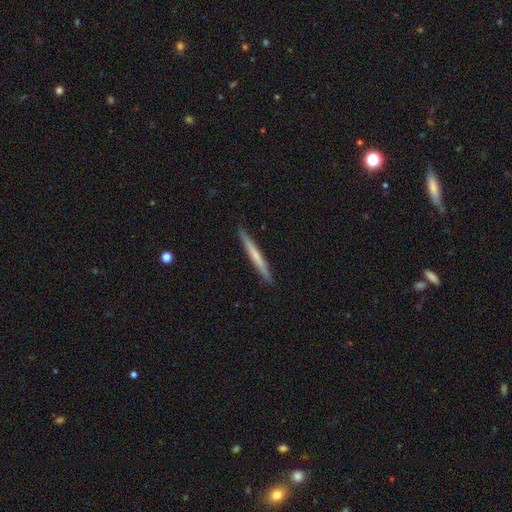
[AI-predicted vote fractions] smooth_or_featured: smooth (p=0.54) [alt: featured or disk p=0.41]
how_rounded: cigar-shaped (p=0.97) [alt: in between p=0.02]
merging: none (p=0.92) [alt: minor disturbance p=0.06]